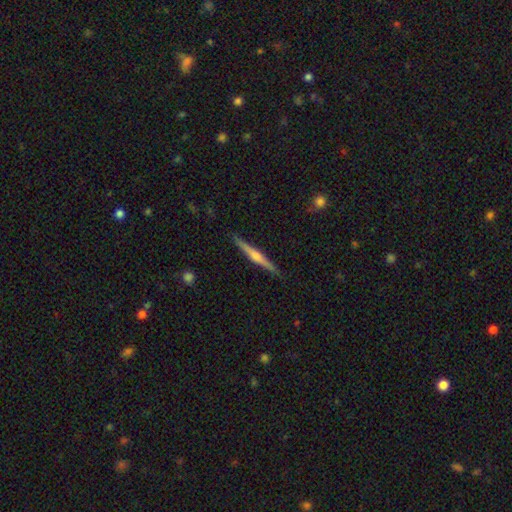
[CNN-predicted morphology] Q: Smooth or featured?
A: featured or disk (72%); runner-up: smooth (22%)
Q: Edge-on disk?
A: yes (98%); runner-up: no (2%)
Q: Edge-on bulge?
A: rounded (83%); runner-up: none (10%)
Q: Merging?
A: none (91%); runner-up: minor disturbance (7%)